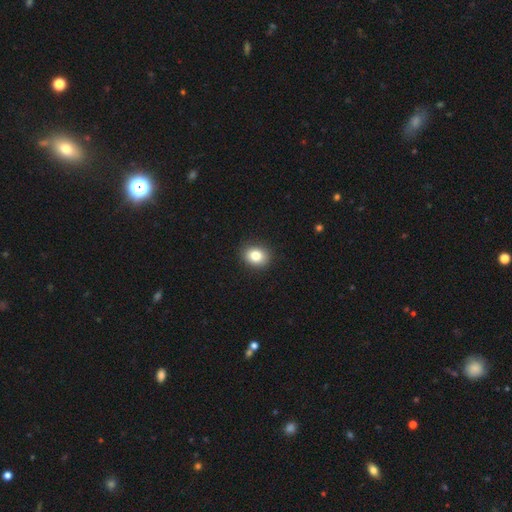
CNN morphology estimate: A smooth galaxy with no disk features (82%) that is round (61%).

Vote fractions:
- Smooth or featured? smooth: 82% / star or artifact: 10% / featured or disk: 8%
- How rounded? round: 61% / in between: 38% / cigar-shaped: 1%
- Merging? none: 90% / minor disturbance: 7% / major disturbance: 2% / merger: 1%